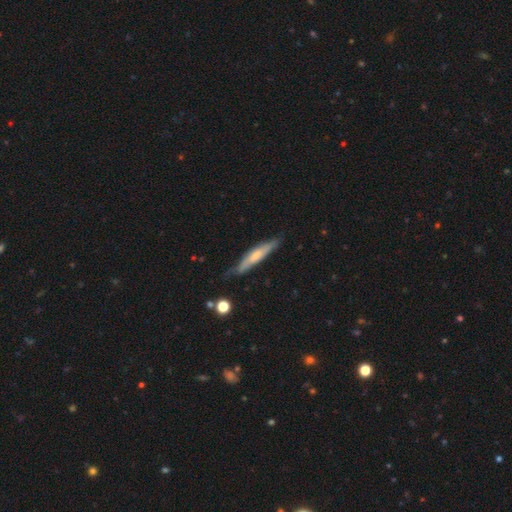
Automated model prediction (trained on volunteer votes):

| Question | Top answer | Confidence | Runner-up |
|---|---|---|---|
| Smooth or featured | smooth | 51% | featured or disk (43%) |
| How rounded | cigar-shaped | 87% | in between (11%) |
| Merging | none | 68% | minor disturbance (24%) |